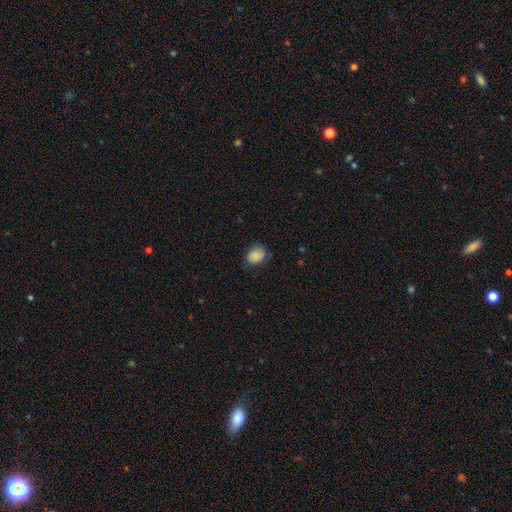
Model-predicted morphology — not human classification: smooth 83%, featured or disk 9%, star or artifact 8%. Down the decision tree: how rounded — in between (58%); merging — none (71%).